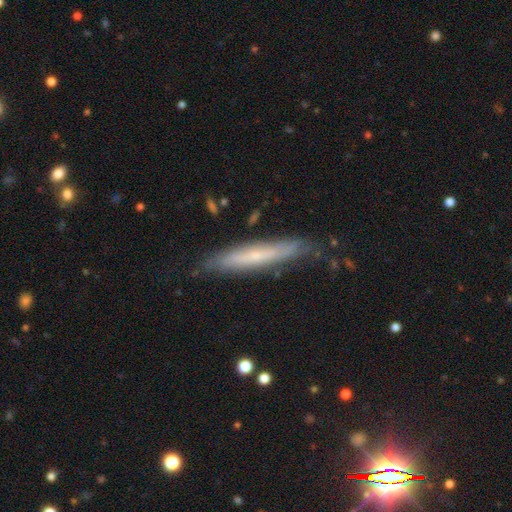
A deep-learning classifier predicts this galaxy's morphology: smooth-or-featured: featured or disk: 49% | smooth: 44% | star or artifact: 7%
  merging: none: 76% | minor disturbance: 19% | major disturbance: 4% | merger: 2%